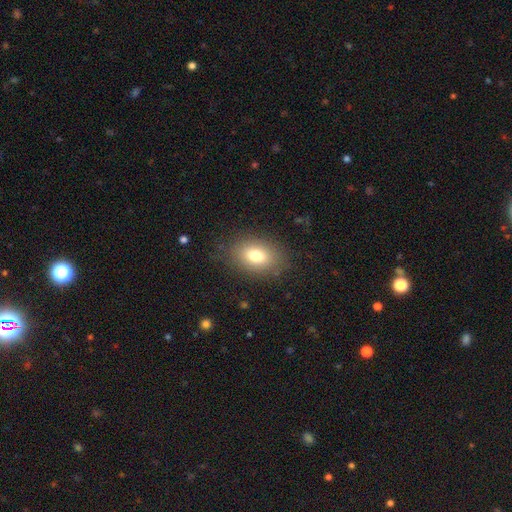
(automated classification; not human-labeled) The model was most divided on "how rounded": in between: 80%, round: 19%, cigar-shaped: 1%. More confident: merging — none (82%); smooth or featured — smooth (78%).